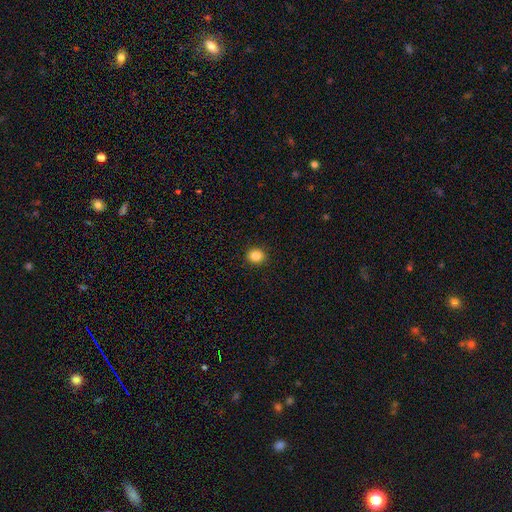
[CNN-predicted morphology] smooth-or-featured: smooth: 86% | star or artifact: 10% | featured or disk: 4%
  how-rounded: round: 76% | in between: 23% | cigar-shaped: 1%
  merging: none: 92% | minor disturbance: 6% | major disturbance: 2% | merger: 1%